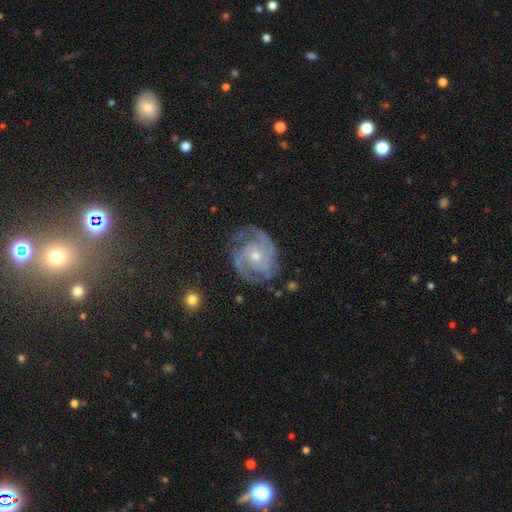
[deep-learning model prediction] featured or disk 89%, star or artifact 7%, smooth 4%. Down the decision tree: edge-on disk — no (98%); bar — no (69%); spiral arms — yes (98%); spiral arm count — 2 (52%); spiral winding — tight (56%); bulge size — small (53%); merging — none (75%).